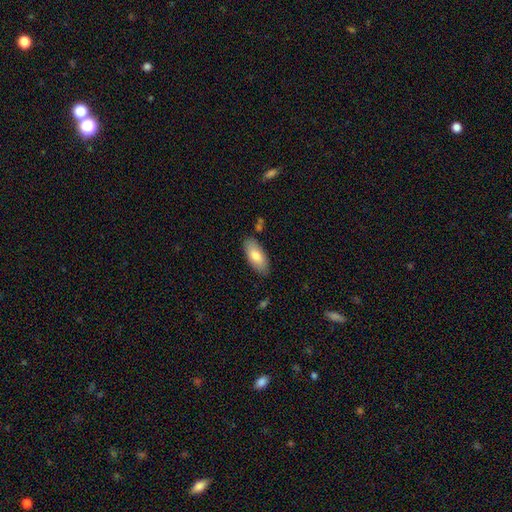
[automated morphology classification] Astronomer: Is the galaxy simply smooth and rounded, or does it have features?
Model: smooth — 78%.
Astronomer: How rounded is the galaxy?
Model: in between — 88%.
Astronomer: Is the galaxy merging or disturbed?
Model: none — 83%.